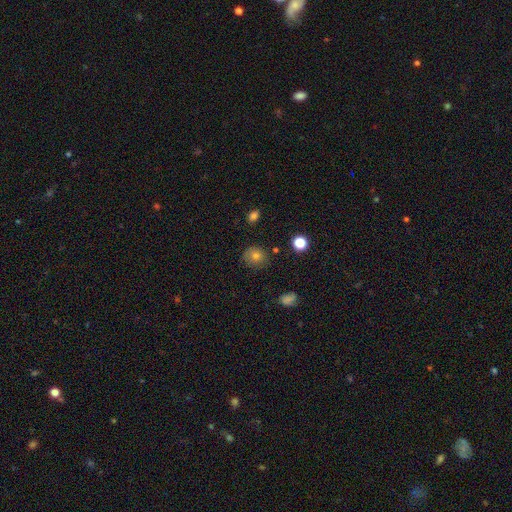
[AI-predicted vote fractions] Morphology: type=smooth (71%); roundness=round (79%); merging=none (79%).